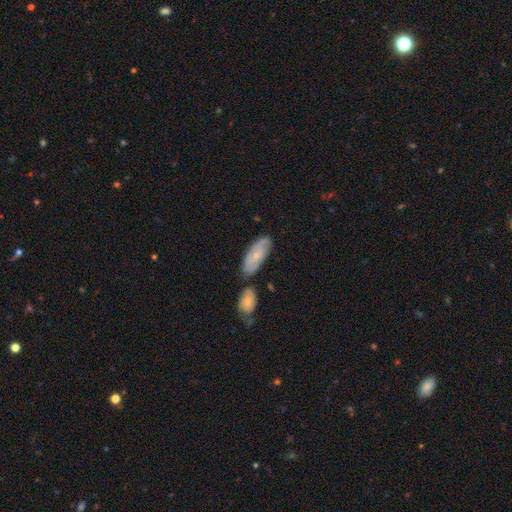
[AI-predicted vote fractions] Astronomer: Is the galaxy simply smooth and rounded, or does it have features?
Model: smooth — 53% (runner-up: featured or disk, 41%).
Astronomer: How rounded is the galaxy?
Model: in between — 80%.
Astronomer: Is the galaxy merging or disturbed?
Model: none — 59%.